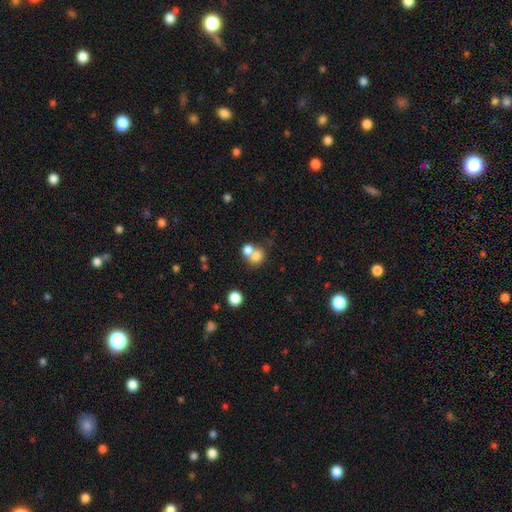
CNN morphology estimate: Q: Smooth or featured?
A: smooth (74%); runner-up: featured or disk (13%)
Q: How rounded?
A: round (67%); runner-up: in between (32%)
Q: Merging?
A: merger (55%); runner-up: none (34%)